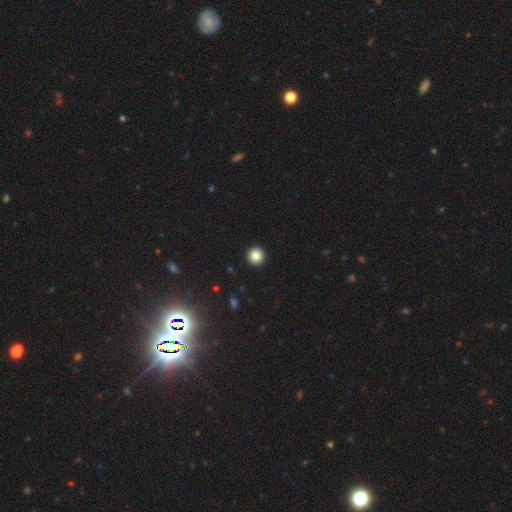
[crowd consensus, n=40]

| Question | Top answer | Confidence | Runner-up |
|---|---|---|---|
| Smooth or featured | smooth | 85% | star or artifact (10%) |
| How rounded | round | 100% | — |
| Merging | none | 100% | — |